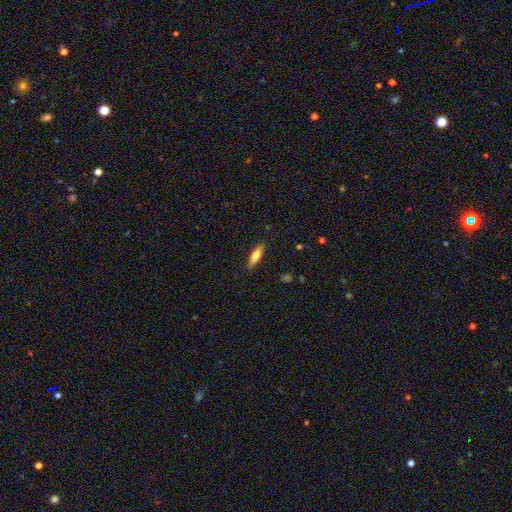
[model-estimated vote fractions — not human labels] A smooth galaxy with no disk features (68%) that is cigar-shaped (53%). Merging: none (86%).